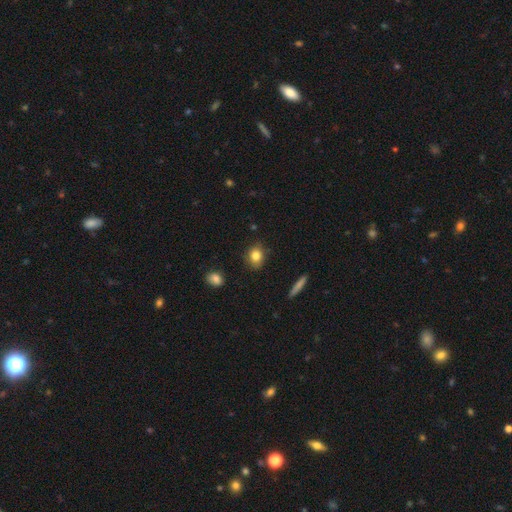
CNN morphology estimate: Overall: smooth (82%). How rounded: in between (51%; round 47%). Merging: none (83%).